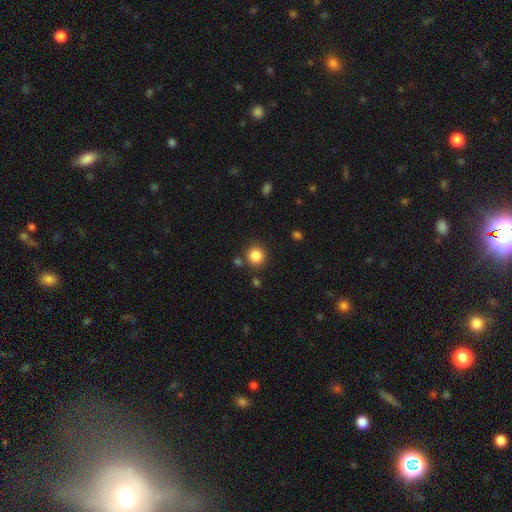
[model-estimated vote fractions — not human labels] Q: Smooth or featured?
A: smooth (86%); runner-up: star or artifact (10%)
Q: How rounded?
A: round (92%); runner-up: in between (7%)
Q: Merging?
A: none (84%); runner-up: minor disturbance (8%)